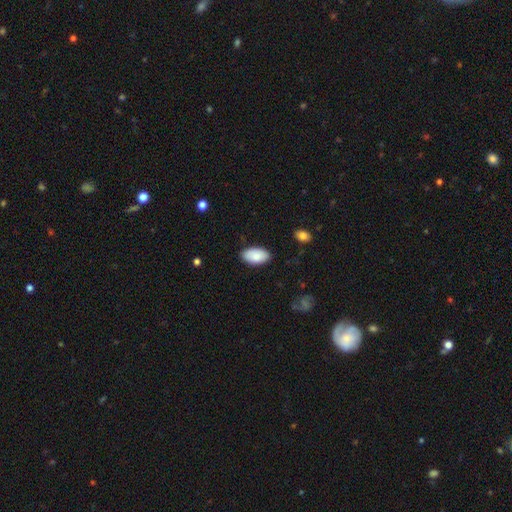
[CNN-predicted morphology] Overall: smooth (85%). How rounded: in between (95%). Merging: none (84%).